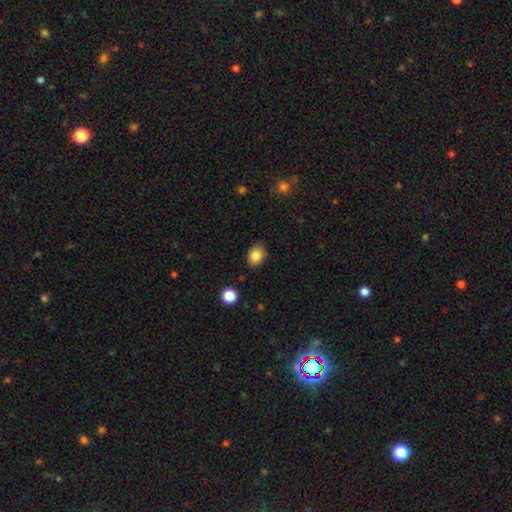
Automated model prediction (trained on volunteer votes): smooth_or_featured: smooth (p=0.86) [alt: star or artifact p=0.09]
how_rounded: in between (p=0.57) [alt: round p=0.42]
merging: none (p=0.81) [alt: minor disturbance p=0.14]